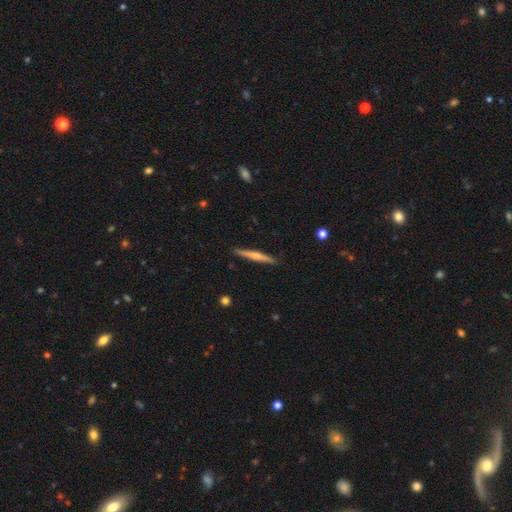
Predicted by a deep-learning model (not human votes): Overall: smooth (49%; featured or disk 45%). Merging: none (90%).